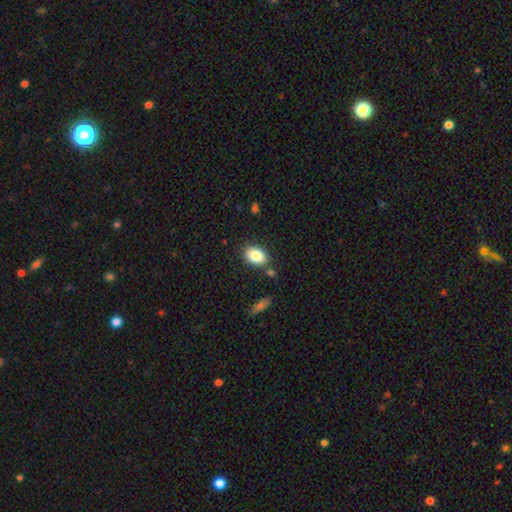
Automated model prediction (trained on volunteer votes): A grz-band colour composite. It shows a smooth galaxy with no disk features (83%) that is in between round and cigar-shaped (84%). Merging: none (79%).